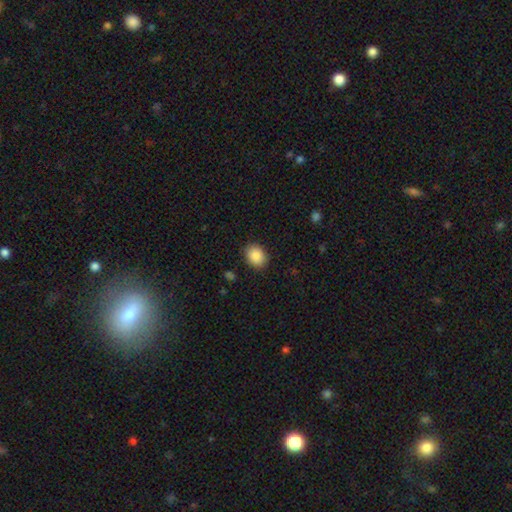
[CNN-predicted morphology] A smooth galaxy with no disk features (88%) that is in between round and cigar-shaped (53%). Merging: none (88%).